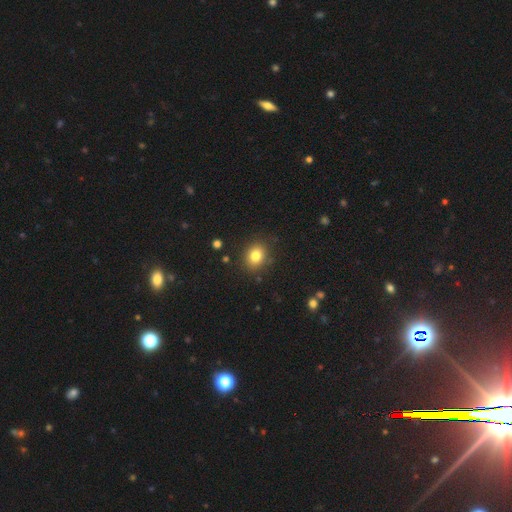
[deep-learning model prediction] The model was most divided on "how rounded": round: 61%, in between: 38%, cigar-shaped: 1%. More confident: merging — none (86%); smooth or featured — smooth (81%).